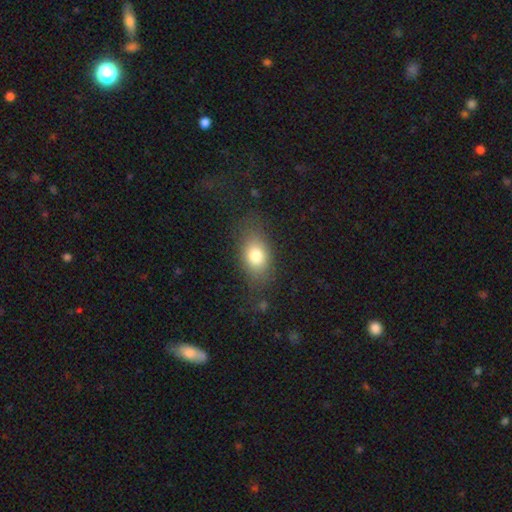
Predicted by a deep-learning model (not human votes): Smooth or featured? Predicted: smooth (p=0.77). How rounded? Predicted: in between (p=0.80). Merging? Predicted: none (p=0.76).